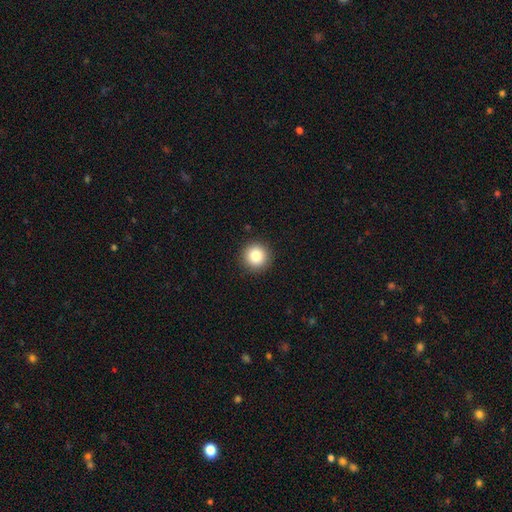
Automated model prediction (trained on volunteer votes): This is clearly a smooth galaxy (85%). How rounded: clearly round (95%). Merging: clearly none (92%).